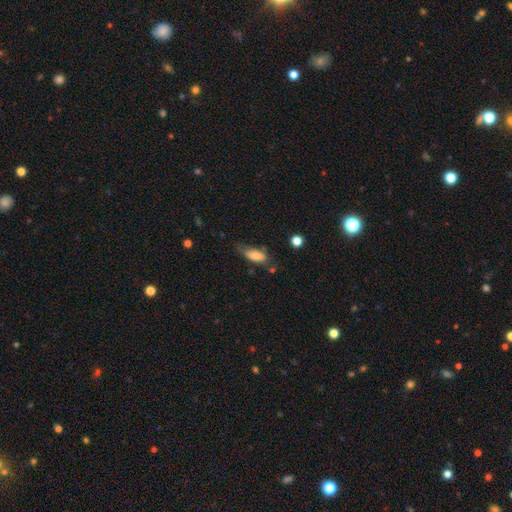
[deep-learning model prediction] A smooth galaxy with no disk features (77%) that is in between round and cigar-shaped (77%).

Vote fractions:
- Smooth or featured? smooth: 77% / featured or disk: 16% / star or artifact: 8%
- How rounded? in between: 77% / cigar-shaped: 20% / round: 3%
- Merging? none: 47% / minor disturbance: 34% / major disturbance: 13% / merger: 5%